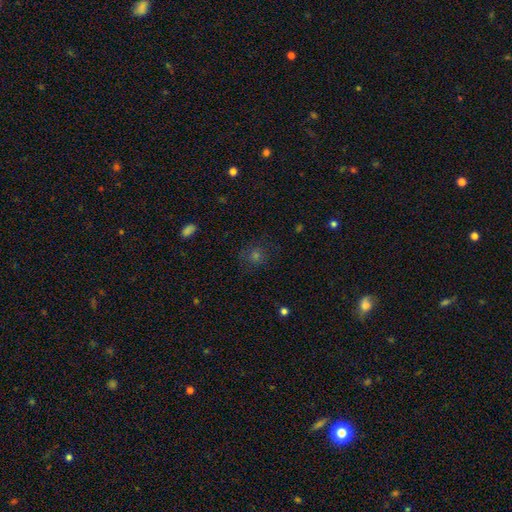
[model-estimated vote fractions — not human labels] smooth_or_featured: smooth (p=0.52) [alt: star or artifact p=0.33]
how_rounded: round (p=0.84) [alt: in between p=0.15]
merging: none (p=0.80) [alt: minor disturbance p=0.13]